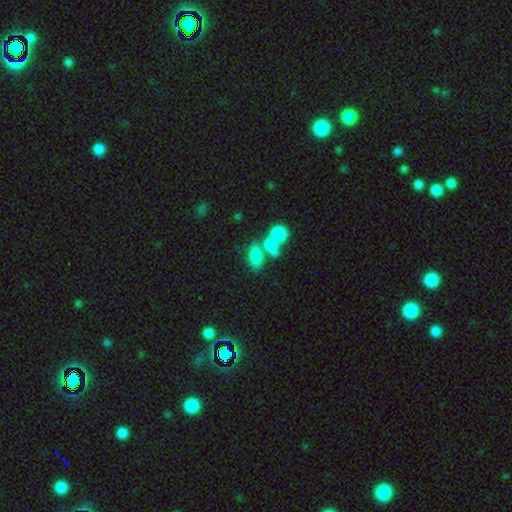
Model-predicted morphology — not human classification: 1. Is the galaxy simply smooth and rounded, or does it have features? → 75% smooth, 12% featured or disk, 12% star or artifact.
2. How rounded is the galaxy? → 78% in between, 14% round, 8% cigar-shaped.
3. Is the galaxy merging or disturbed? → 44% none, 37% merger, 12% minor disturbance, 7% major disturbance.